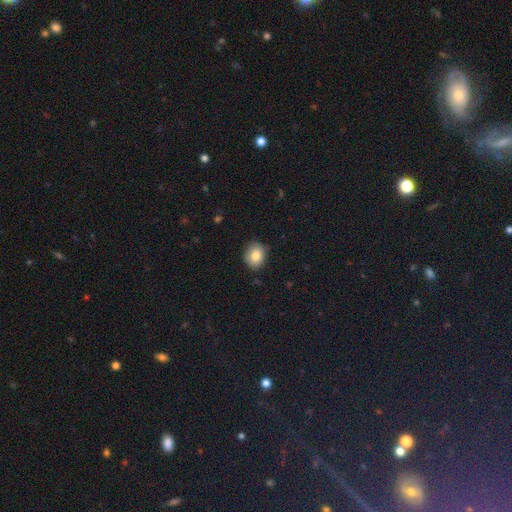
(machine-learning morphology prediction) smooth-or-featured: smooth: 83% | star or artifact: 9% | featured or disk: 8%
  how-rounded: round: 54% | in between: 45% | cigar-shaped: 1%
  merging: none: 84% | minor disturbance: 13% | major disturbance: 2% | merger: 1%